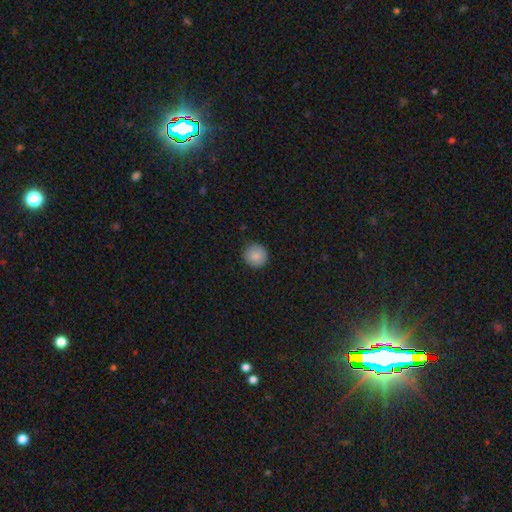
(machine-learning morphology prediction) This is clearly a smooth galaxy (86%). How rounded: clearly round (95%). Merging: clearly none (90%).